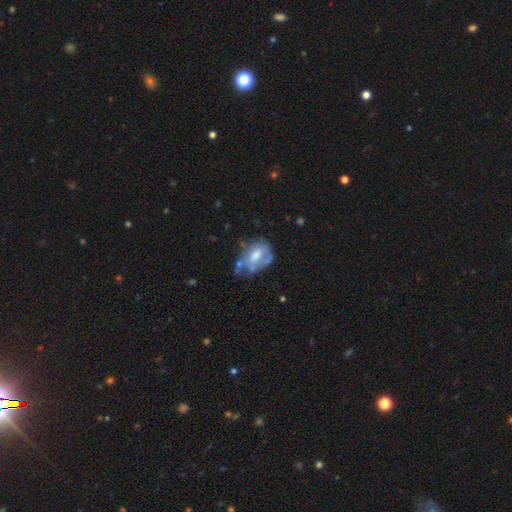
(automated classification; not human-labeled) Smooth or featured?
  - featured or disk: 56% *
  - smooth: 35%
  - star or artifact: 9%
Edge-on disk?
  - no: 95% *
  - yes: 5%
Bar?
  - no: 59% *
  - weak: 32%
  - strong: 8%
Spiral arms?
  - no: 59% *
  - yes: 41%
Bulge size?
  - moderate: 58% *
  - small: 18%
  - large: 16%
  - none: 7%
  - dominant: 2%
Merging?
  - none: 33% *
  - minor disturbance: 29%
  - major disturbance: 25%
  - merger: 14%